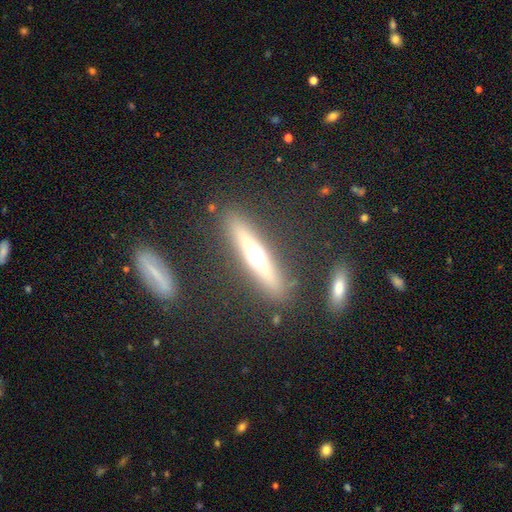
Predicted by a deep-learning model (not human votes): Overall: featured or disk (64%; smooth 27%). Edge-on disk: yes (93%). Edge-on bulge: rounded (92%). Merging: none (87%).